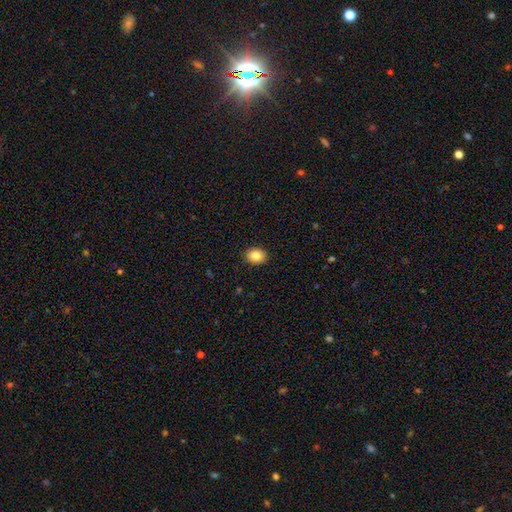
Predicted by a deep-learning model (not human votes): This appears to be a smooth galaxy with no disk features (85%) that is in between round and cigar-shaped (53%). Merging: none (90%).